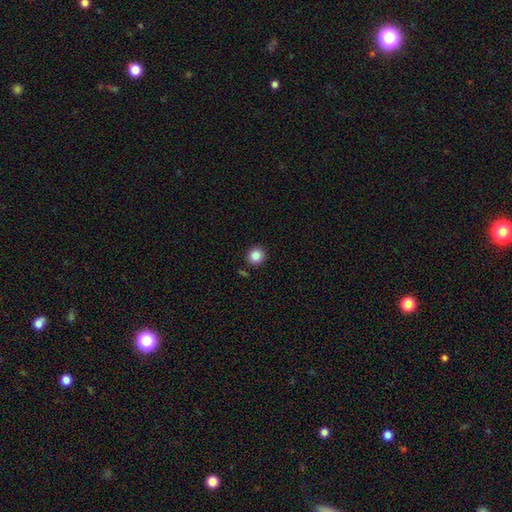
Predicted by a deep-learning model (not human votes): Smooth or featured: smooth — 86% (star or artifact — 10%)
How rounded: round — 92% (in between — 7%)
Merging: none — 89% (minor disturbance — 6%)